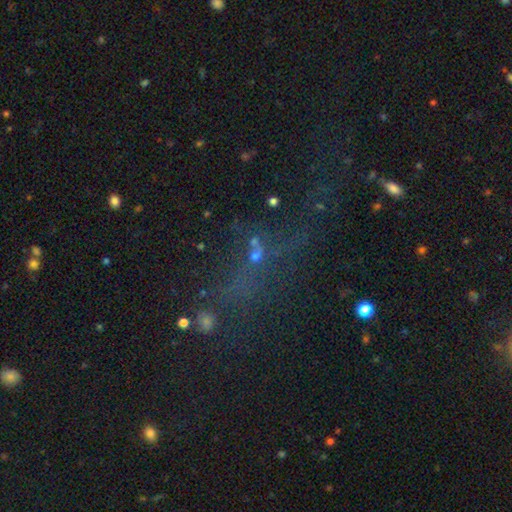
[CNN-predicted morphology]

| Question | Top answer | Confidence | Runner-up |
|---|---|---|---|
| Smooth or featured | star or artifact | 43% | smooth (33%) |